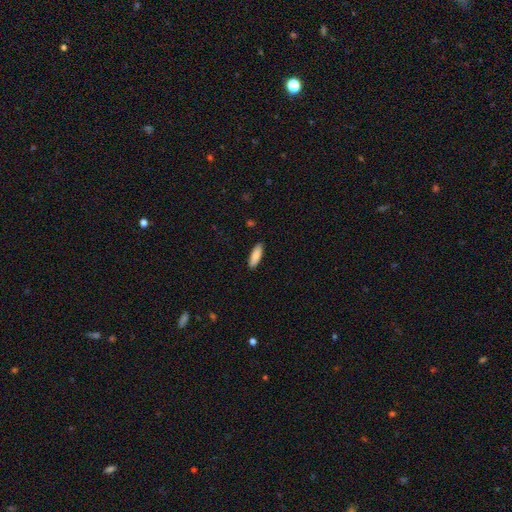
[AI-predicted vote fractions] A smooth galaxy with no disk features (88%) that is in between round and cigar-shaped (59%). Merging: none (89%).